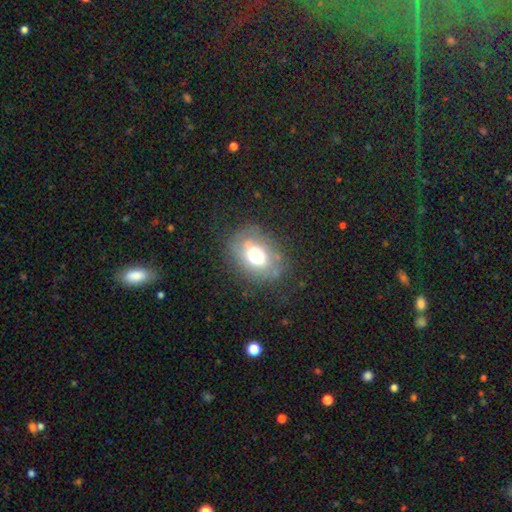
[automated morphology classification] This is possibly a smooth galaxy (60%). How rounded: likely in between (67%). Merging: likely none (68%).